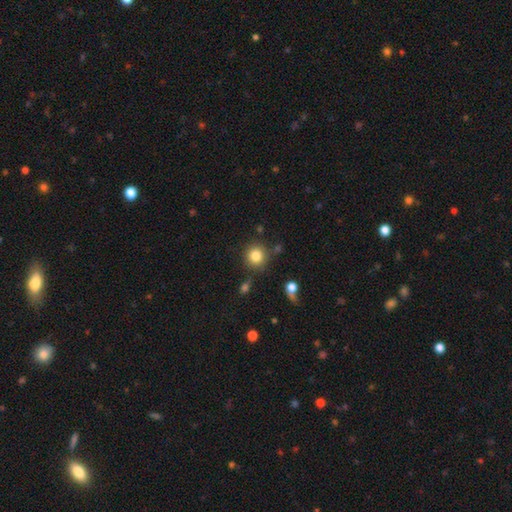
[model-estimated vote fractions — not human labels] The model was most divided on "merging": none: 81%, minor disturbance: 9%, merger: 6%, major disturbance: 4%. More confident: how rounded — round (92%); smooth or featured — smooth (83%).